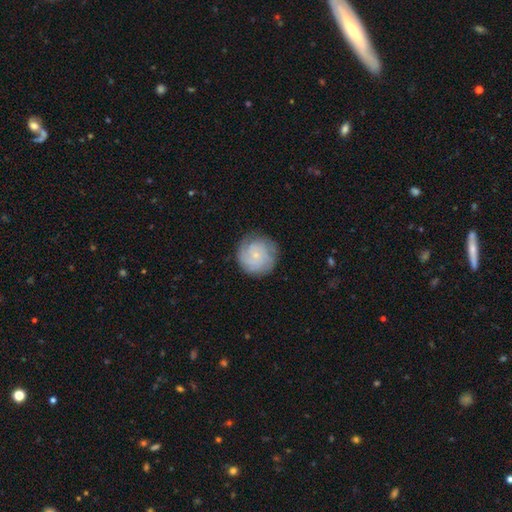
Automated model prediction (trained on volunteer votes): This is possibly a featured or disk galaxy (57%). It is clearly not viewed edge-on (98%). Bar: clearly no (81%). Spiral arm pattern: clearly yes (89%). Central bulge: clearly small (80%). Merging: clearly none (81%).